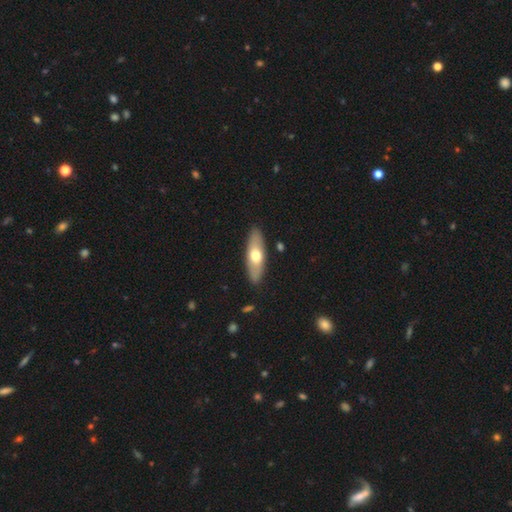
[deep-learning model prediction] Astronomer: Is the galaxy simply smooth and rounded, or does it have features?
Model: smooth — 58% (runner-up: featured or disk, 37%).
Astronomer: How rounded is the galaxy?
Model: in between — 60% (runner-up: cigar-shaped, 38%).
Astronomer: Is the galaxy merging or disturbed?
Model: none — 87%.